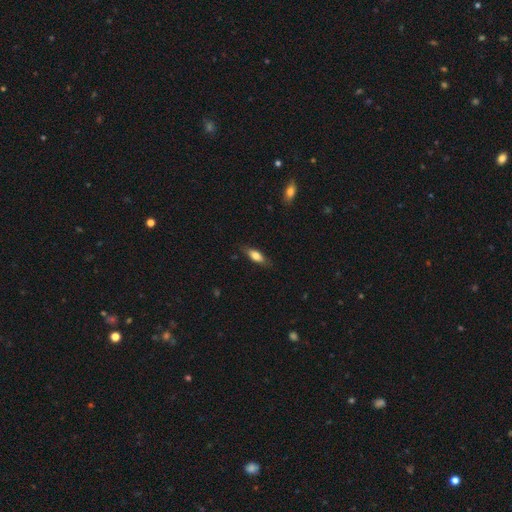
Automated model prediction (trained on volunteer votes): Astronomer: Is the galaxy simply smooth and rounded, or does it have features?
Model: smooth — 76%.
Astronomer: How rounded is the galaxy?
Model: in between — 71%.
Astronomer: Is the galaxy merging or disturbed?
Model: none — 78%.